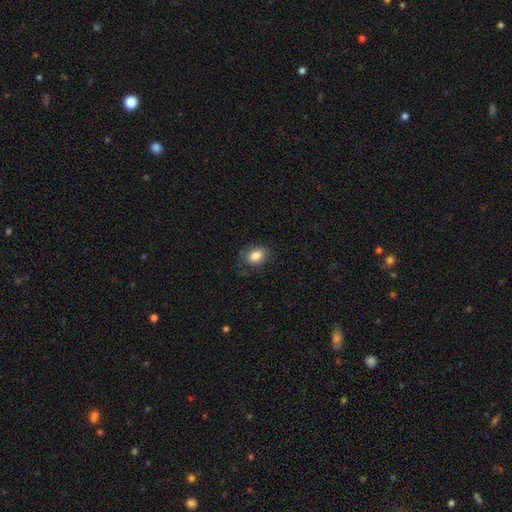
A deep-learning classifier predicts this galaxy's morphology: A smooth galaxy with no disk features (85%) that is in between round and cigar-shaped (75%). Merging: none (77%).